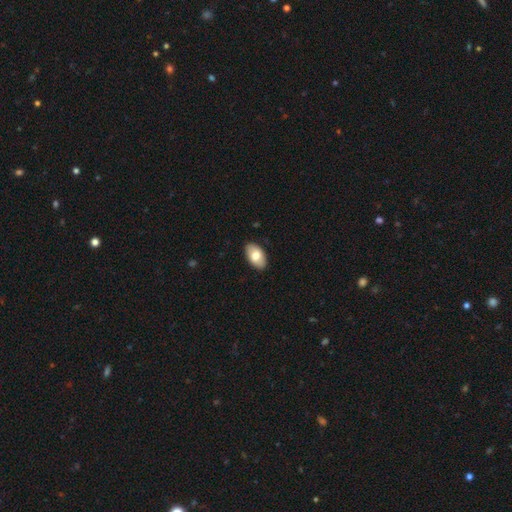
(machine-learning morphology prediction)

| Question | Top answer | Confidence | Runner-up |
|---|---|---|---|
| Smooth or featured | smooth | 77% | featured or disk (17%) |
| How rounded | in between | 94% | round (4%) |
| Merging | none | 89% | minor disturbance (9%) |